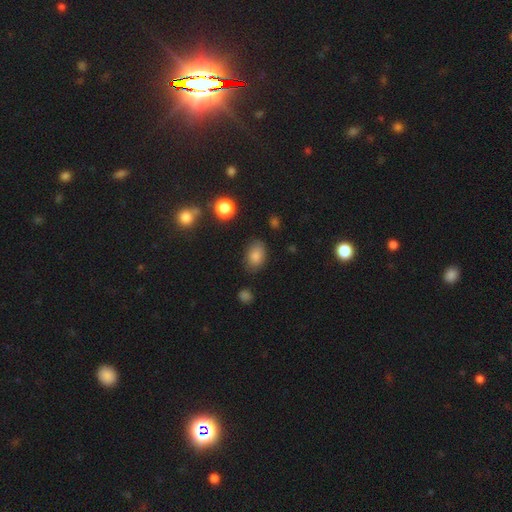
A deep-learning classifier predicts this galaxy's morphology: Overall: smooth (82%). How rounded: in between (85%). Merging: none (80%).